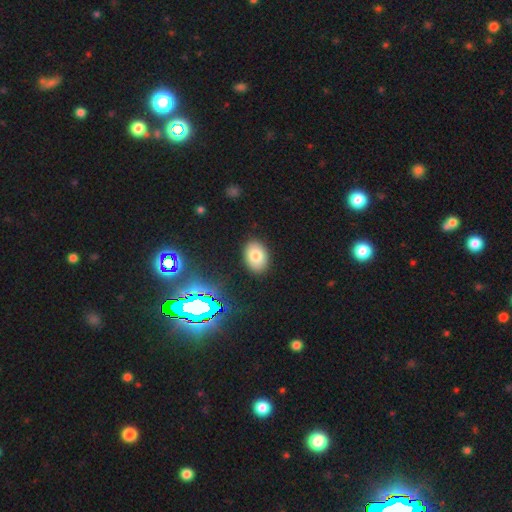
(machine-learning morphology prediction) Smooth or featured? Predicted: smooth (p=0.77). How rounded? Predicted: in between (p=0.82). Merging? Predicted: none (p=0.88).